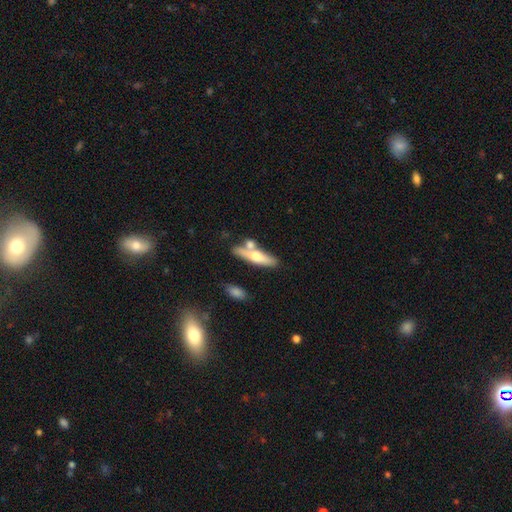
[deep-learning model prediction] A smooth galaxy with no disk features (55%) that is cigar-shaped (67%). Merging: none (59%).